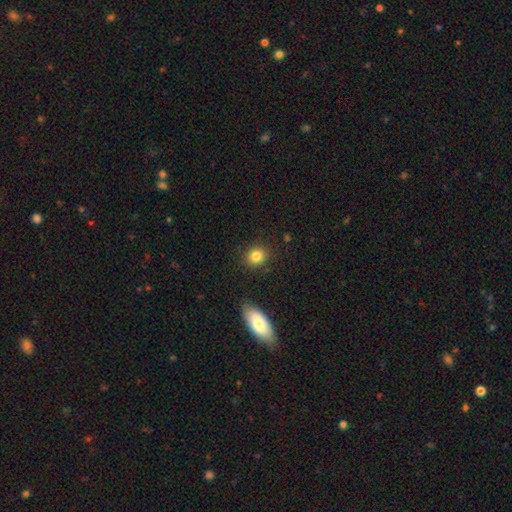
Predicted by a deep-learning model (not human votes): The model was most divided on "how rounded": round: 74%, in between: 25%, cigar-shaped: 1%. More confident: merging — none (86%); smooth or featured — smooth (83%).